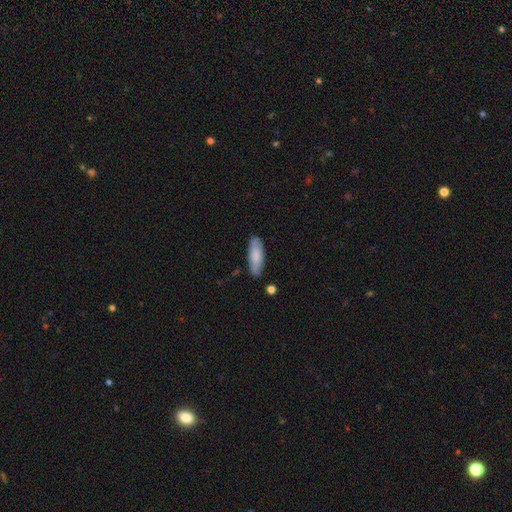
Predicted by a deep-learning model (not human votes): This is likely a smooth galaxy (80%). How rounded: possibly in between (58%). Merging: clearly none (82%).